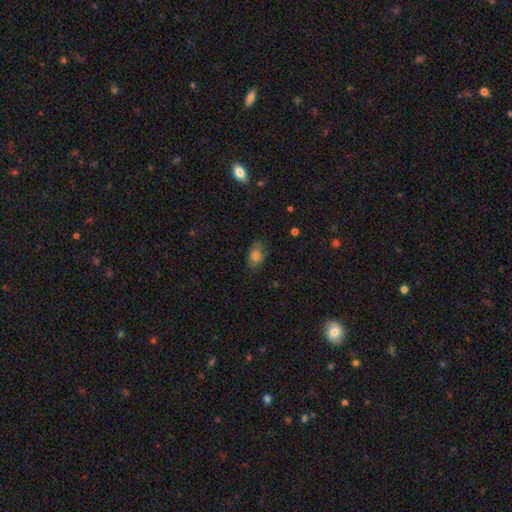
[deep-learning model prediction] A smooth galaxy with no disk features (76%) that is in between round and cigar-shaped (87%).

Vote fractions:
- Smooth or featured? smooth: 76% / featured or disk: 13% / star or artifact: 11%
- How rounded? in between: 87% / round: 10% / cigar-shaped: 2%
- Merging? none: 73% / minor disturbance: 20% / major disturbance: 5% / merger: 1%